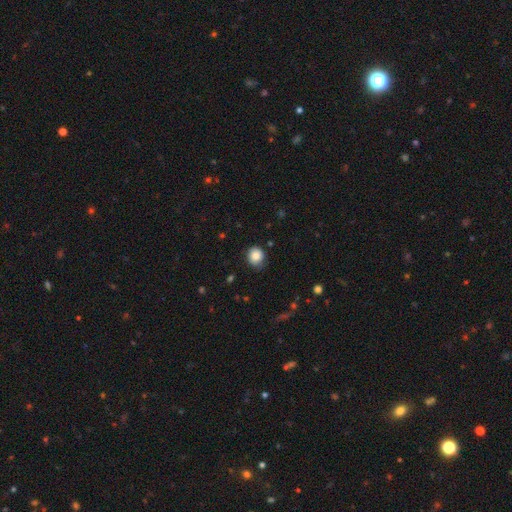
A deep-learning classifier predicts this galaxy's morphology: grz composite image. It shows a smooth galaxy with no disk features (84%) that is round (82%). Merging: none (76%).